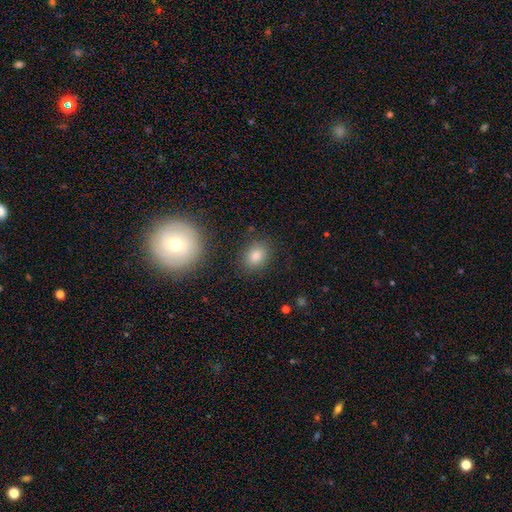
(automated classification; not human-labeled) Smooth or featured? smooth (81%)
How rounded? in between (60%)
Merging? none (84%)